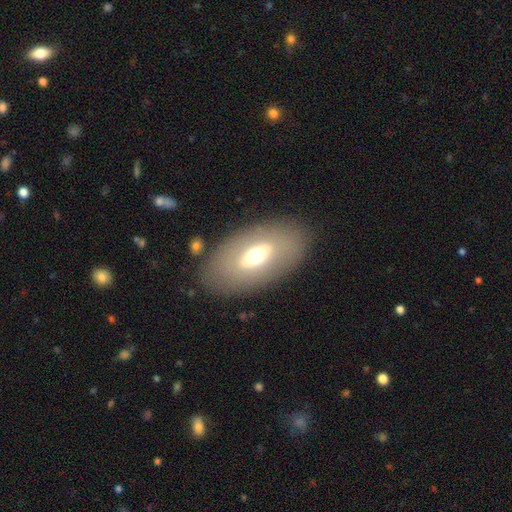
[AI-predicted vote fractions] This is possibly a smooth galaxy (50%). Merging: clearly none (82%).